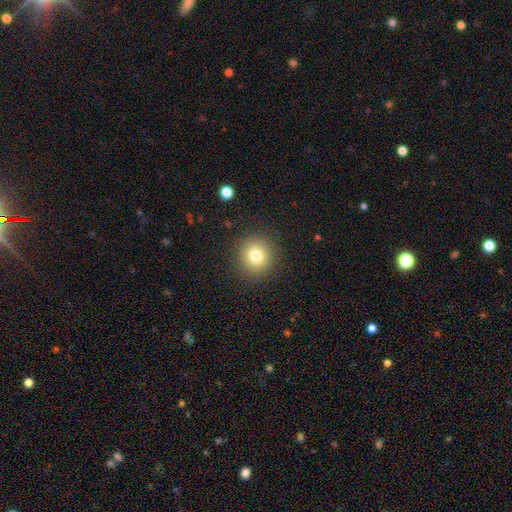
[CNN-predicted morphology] A smooth galaxy with no disk features (78%) that is round (92%). Merging: none (89%).